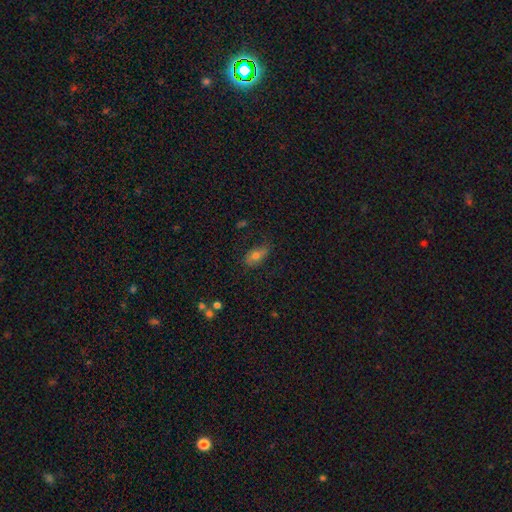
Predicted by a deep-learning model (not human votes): This appears to be a smooth galaxy with no disk features (66%) that is in between round and cigar-shaped (83%). Merging: none (69%).